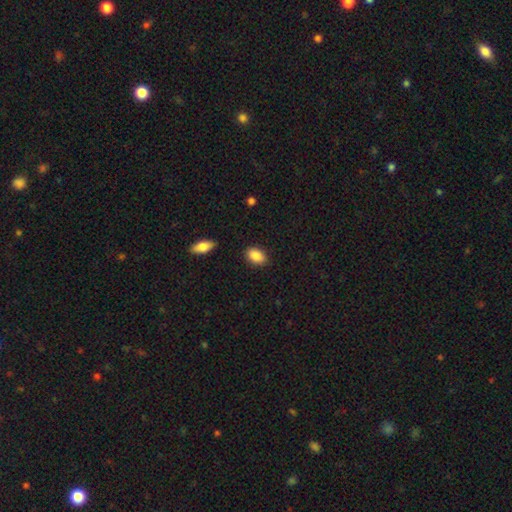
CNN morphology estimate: Smooth or featured?
  - smooth: 88% *
  - star or artifact: 7%
  - featured or disk: 5%
How rounded?
  - in between: 89% *
  - round: 9%
  - cigar-shaped: 2%
Merging?
  - none: 86% *
  - minor disturbance: 10%
  - major disturbance: 2%
  - merger: 2%